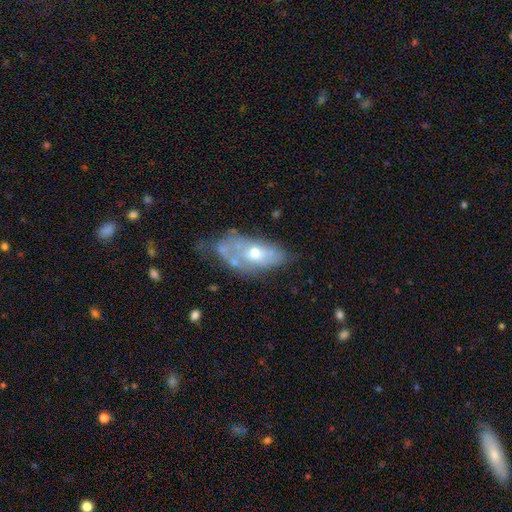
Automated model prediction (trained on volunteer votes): smooth-or-featured: featured or disk: 54% | smooth: 36% | star or artifact: 9%
  disk-edge-on: no: 87% | yes: 13%
  merging: none: 33% | minor disturbance: 28% | major disturbance: 21% | merger: 18%